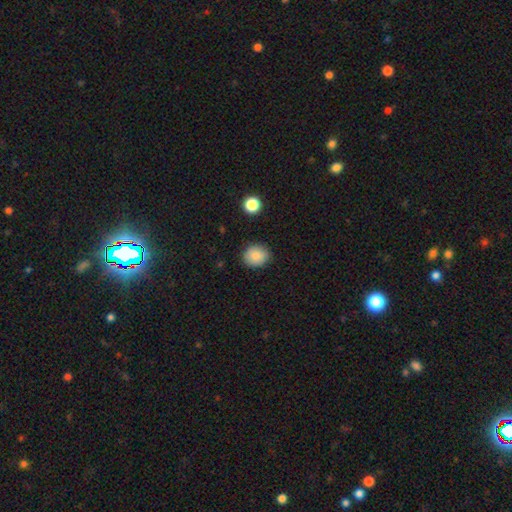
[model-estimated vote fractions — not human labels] A smooth galaxy with no disk features (84%) that is round (74%). Merging: none (85%).